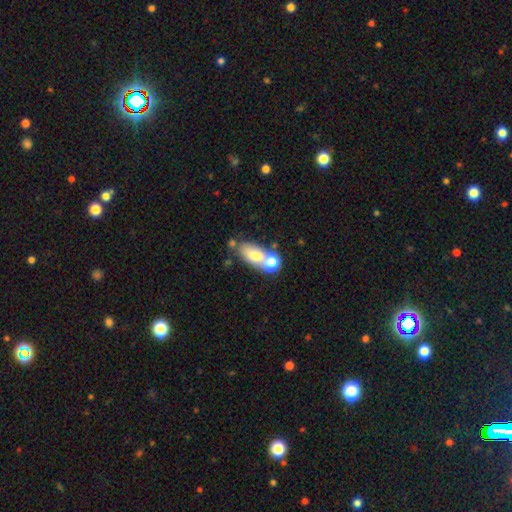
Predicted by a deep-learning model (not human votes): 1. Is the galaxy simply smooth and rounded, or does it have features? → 70% smooth, 21% featured or disk, 10% star or artifact.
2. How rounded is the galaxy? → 82% in between, 11% round, 7% cigar-shaped.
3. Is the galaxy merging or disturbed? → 48% merger, 34% none, 11% minor disturbance, 7% major disturbance.